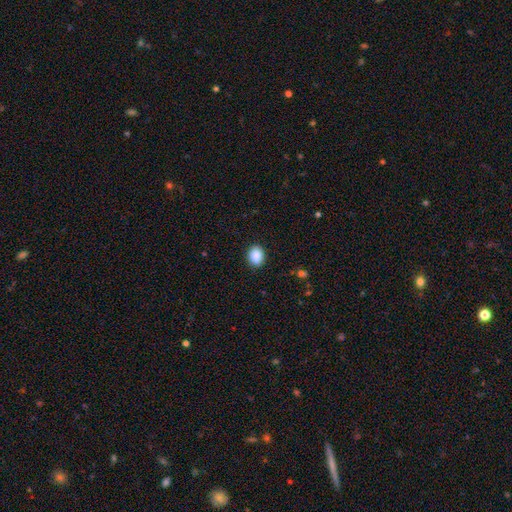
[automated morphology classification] type=smooth (88%); roundness=in between (57%); merging=none (89%).